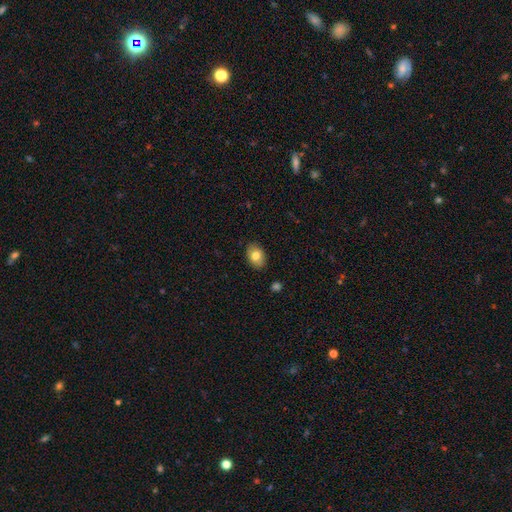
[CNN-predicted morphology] type=smooth (79%); roundness=in between (80%); merging=none (87%).